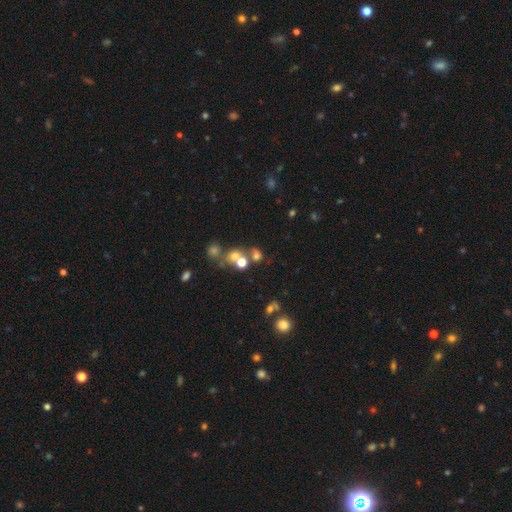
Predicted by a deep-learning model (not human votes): Smooth or featured: smooth — 43% (star or artifact — 41%)
Merging: none — 51% (merger — 33%)